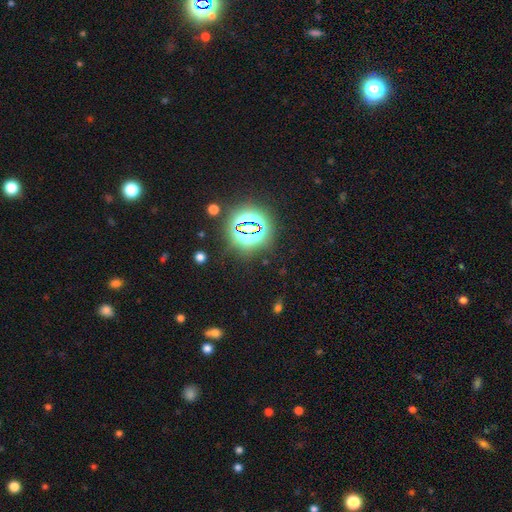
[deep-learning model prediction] smooth_or_featured: star or artifact (p=0.75) [alt: smooth p=0.19]